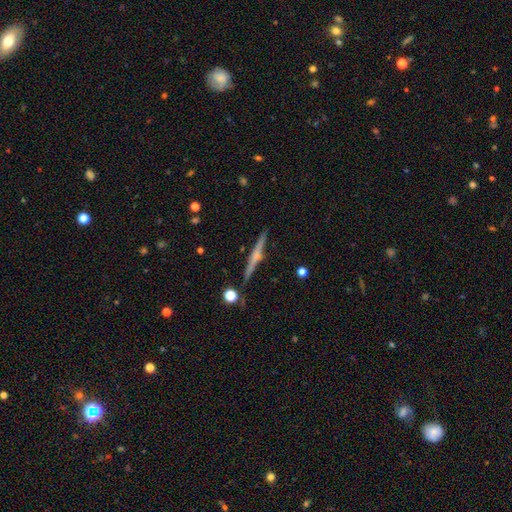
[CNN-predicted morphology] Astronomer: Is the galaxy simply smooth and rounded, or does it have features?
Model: featured or disk — 70%.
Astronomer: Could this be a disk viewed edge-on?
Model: yes — 98%.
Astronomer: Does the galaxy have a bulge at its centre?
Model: rounded — 67%.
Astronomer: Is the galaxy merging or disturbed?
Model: none — 89%.